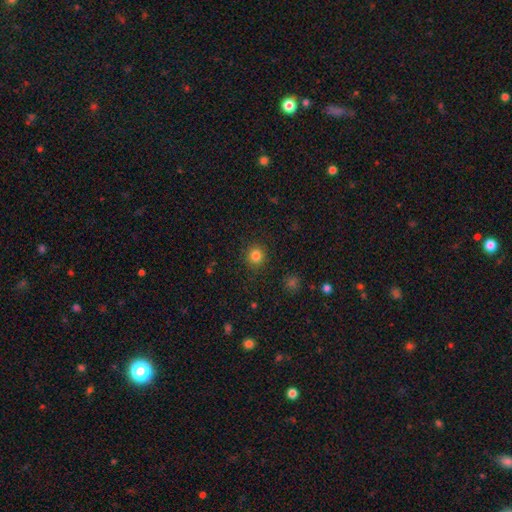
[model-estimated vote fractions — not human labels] Smooth or featured?
  - smooth: 83% *
  - star or artifact: 12%
  - featured or disk: 5%
How rounded?
  - round: 92% *
  - in between: 7%
  - cigar-shaped: 1%
Merging?
  - none: 90% *
  - minor disturbance: 6%
  - major disturbance: 2%
  - merger: 1%